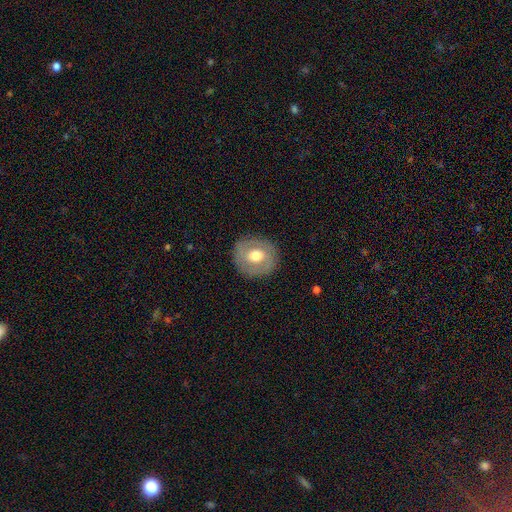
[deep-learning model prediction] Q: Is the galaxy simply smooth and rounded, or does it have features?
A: featured or disk — 48%.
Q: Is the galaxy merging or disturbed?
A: none — 86%.